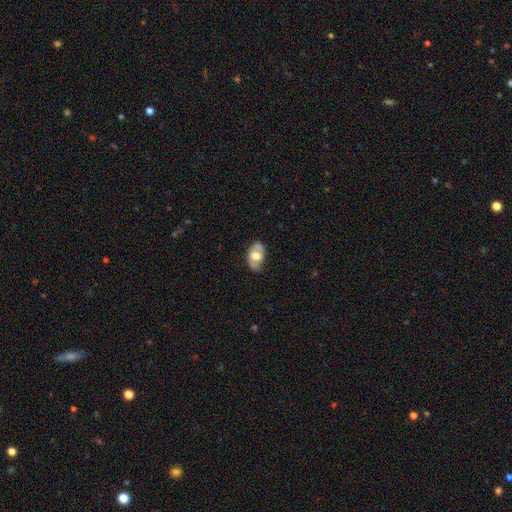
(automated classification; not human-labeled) Smooth or featured? Predicted: smooth (p=0.52). How rounded? Predicted: in between (p=0.89). Merging? Predicted: none (p=0.64).